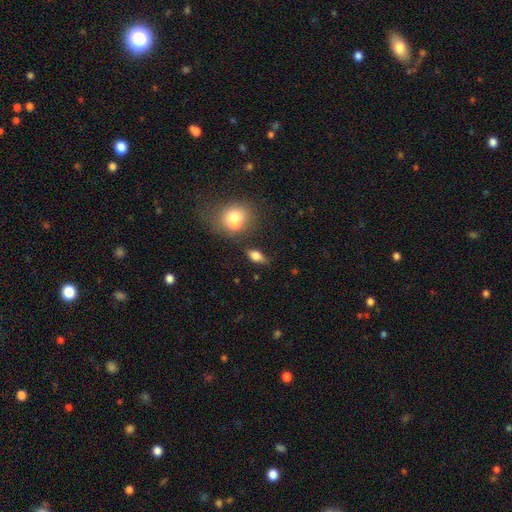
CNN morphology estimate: Q: Smooth or featured?
A: smooth (66%); runner-up: featured or disk (23%)
Q: How rounded?
A: in between (75%); runner-up: cigar-shaped (14%)
Q: Merging?
A: none (67%); runner-up: minor disturbance (17%)